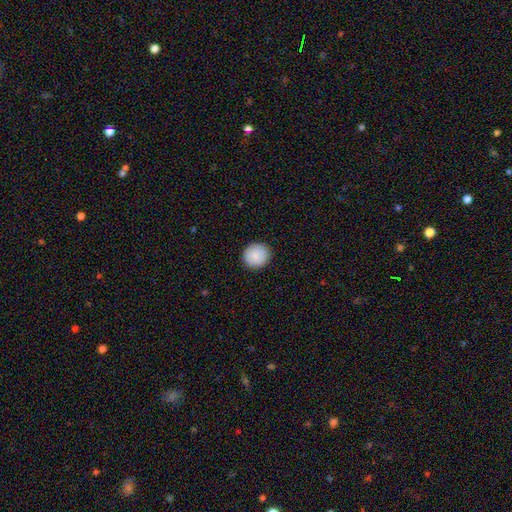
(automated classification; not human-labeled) Smooth or featured? smooth (89%)
How rounded? round (92%)
Merging? none (92%)